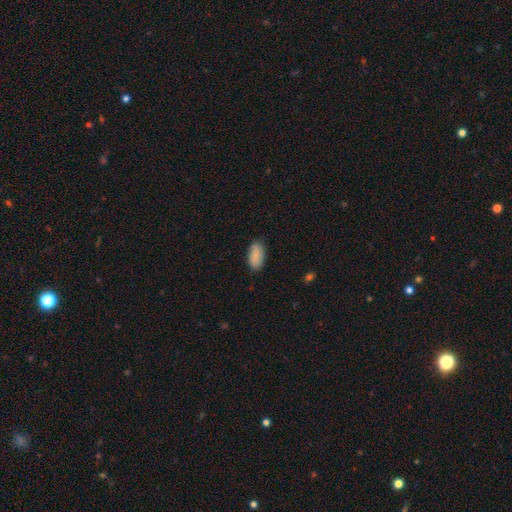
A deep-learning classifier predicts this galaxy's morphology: smooth-or-featured: smooth: 87% | featured or disk: 7% | star or artifact: 6%
  how-rounded: in between: 93% | cigar-shaped: 5% | round: 2%
  merging: none: 81% | minor disturbance: 16% | major disturbance: 3% | merger: 1%